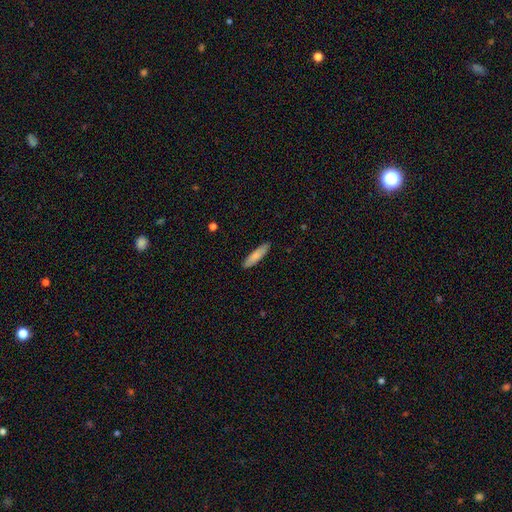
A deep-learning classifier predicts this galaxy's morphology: The model was most divided on "how rounded": cigar-shaped: 74%, in between: 25%, round: 1%. More confident: merging — none (89%); smooth or featured — smooth (81%).